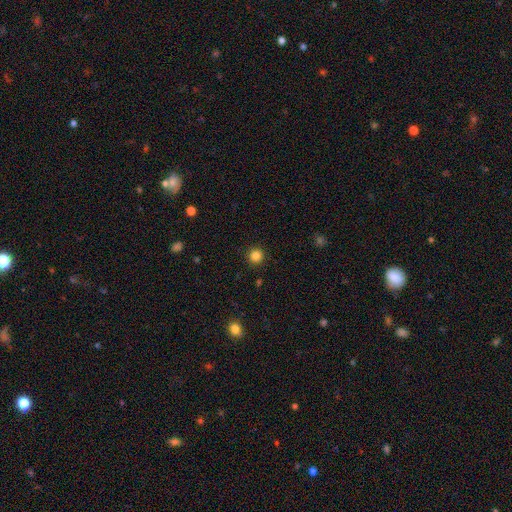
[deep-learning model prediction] Smooth or featured: smooth — 84% (star or artifact — 12%)
How rounded: round — 96% (in between — 3%)
Merging: none — 92% (minor disturbance — 5%)